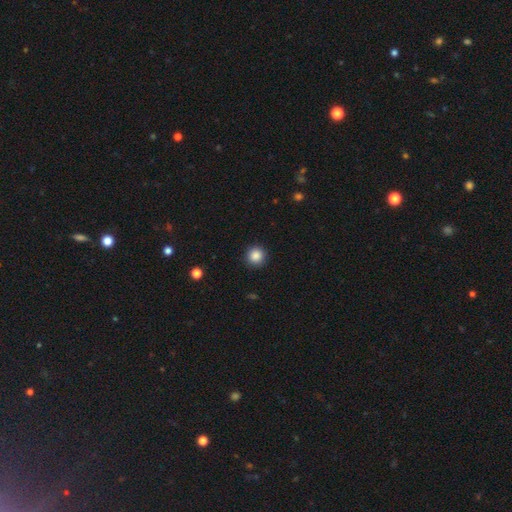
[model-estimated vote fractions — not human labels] Smooth or featured?
  - smooth: 86% *
  - star or artifact: 10%
  - featured or disk: 3%
How rounded?
  - round: 95% *
  - in between: 4%
  - cigar-shaped: 1%
Merging?
  - none: 92% *
  - minor disturbance: 5%
  - major disturbance: 2%
  - merger: 1%